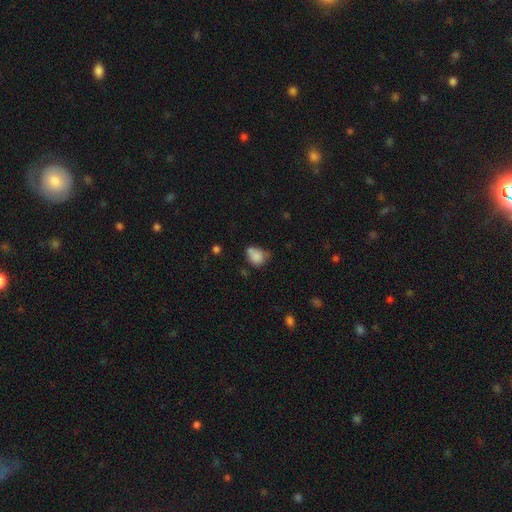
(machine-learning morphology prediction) Smooth or featured?
  - smooth: 80% *
  - featured or disk: 10%
  - star or artifact: 10%
How rounded?
  - in between: 51% *
  - round: 47%
  - cigar-shaped: 1%
Merging?
  - none: 43% *
  - minor disturbance: 33%
  - merger: 14%
  - major disturbance: 10%